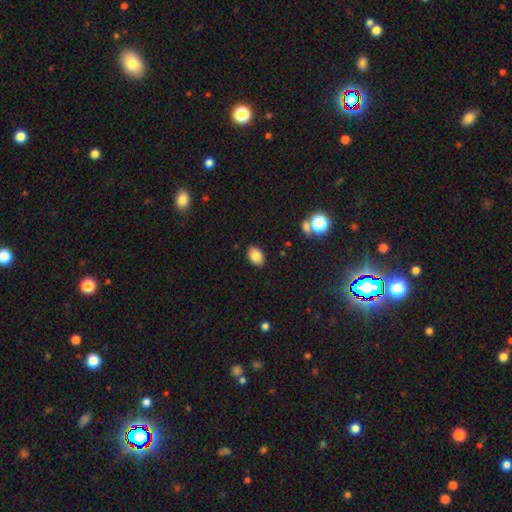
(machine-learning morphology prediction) smooth_or_featured: smooth (p=0.84) [alt: star or artifact p=0.10]
how_rounded: in between (p=0.82) [alt: round p=0.17]
merging: none (p=0.87) [alt: minor disturbance p=0.09]